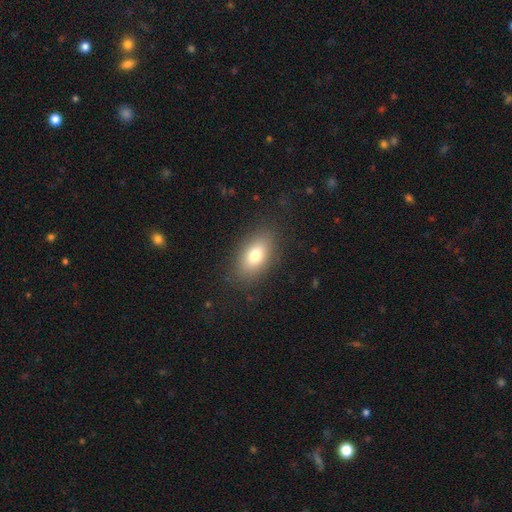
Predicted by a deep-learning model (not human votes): A smooth galaxy with no disk features (75%) that is in between round and cigar-shaped (87%).

Vote fractions:
- Smooth or featured? smooth: 75% / featured or disk: 15% / star or artifact: 10%
- How rounded? in between: 87% / round: 9% / cigar-shaped: 4%
- Merging? none: 85% / minor disturbance: 10% / major disturbance: 4% / merger: 1%